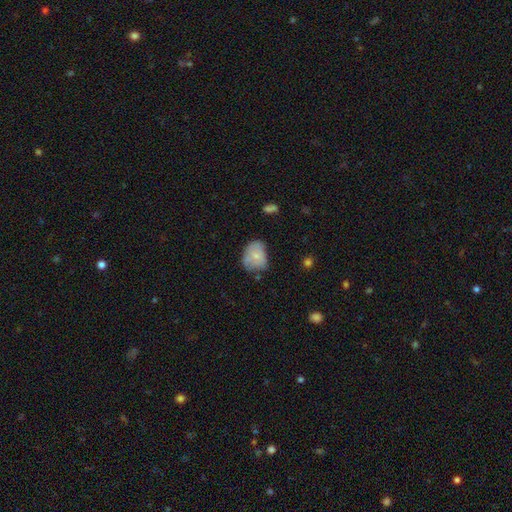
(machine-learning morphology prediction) Smooth or featured: smooth — 68% (featured or disk — 24%)
How rounded: in between — 56% (round — 43%)
Merging: none — 46% (minor disturbance — 38%)